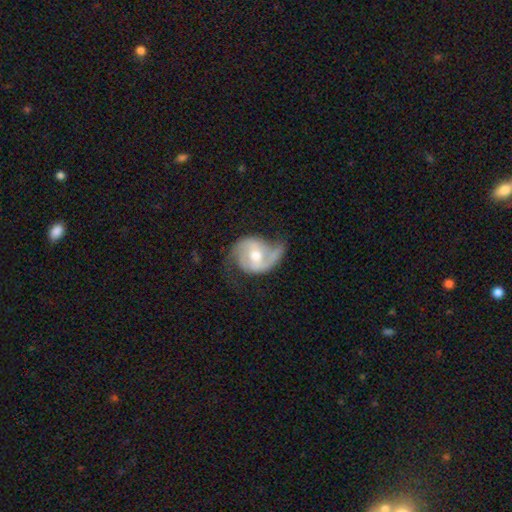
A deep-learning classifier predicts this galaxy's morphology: type=featured or disk (86%); edge-on=no (97%); bar=no (45%); spiral arms=yes (96%); winding=medium (48%); arm count=2 (86%); bulge=moderate (72%); merging=none (62%).